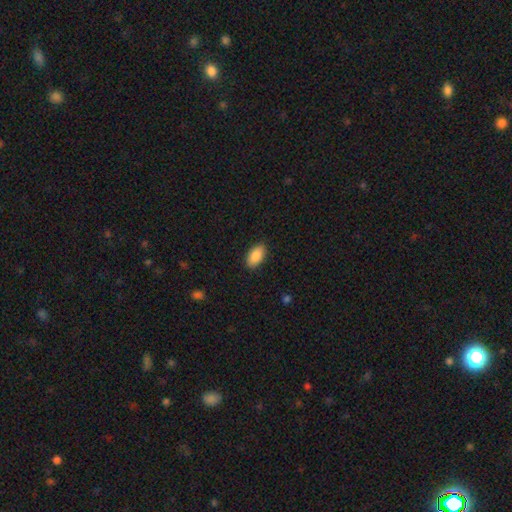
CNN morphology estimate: Smooth or featured?
  - smooth: 89% *
  - star or artifact: 7%
  - featured or disk: 5%
How rounded?
  - in between: 94% *
  - round: 3%
  - cigar-shaped: 3%
Merging?
  - none: 89% *
  - minor disturbance: 8%
  - major disturbance: 2%
  - merger: 1%